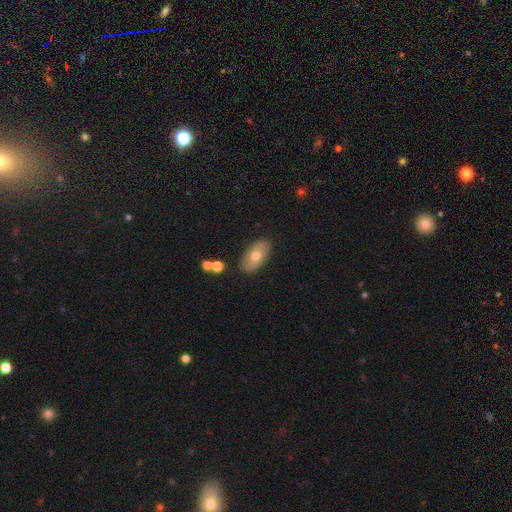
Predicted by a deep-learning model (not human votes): A smooth galaxy with no disk features (64%) that is in between round and cigar-shaped (93%).

Vote fractions:
- Smooth or featured? smooth: 64% / featured or disk: 30% / star or artifact: 6%
- How rounded? in between: 93% / round: 5% / cigar-shaped: 2%
- Merging? none: 85% / minor disturbance: 10% / major disturbance: 2% / merger: 2%